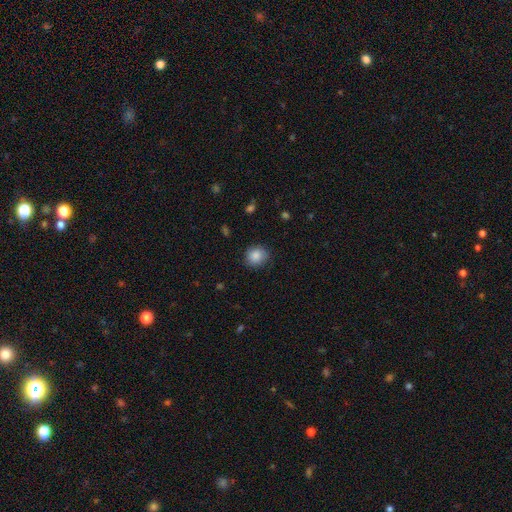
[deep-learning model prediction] Smooth or featured? Predicted: smooth (p=0.87). How rounded? Predicted: round (p=0.79). Merging? Predicted: none (p=0.83).